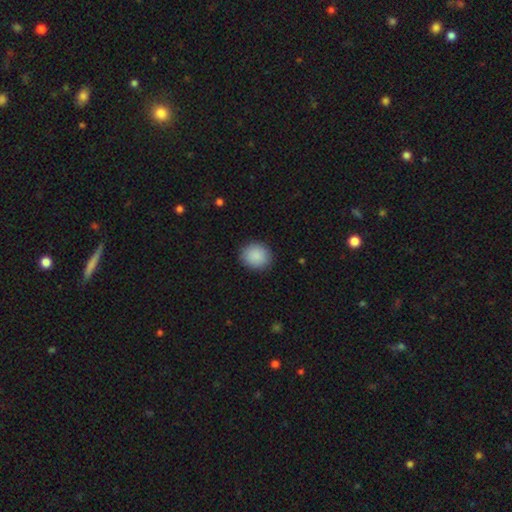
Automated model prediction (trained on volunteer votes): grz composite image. It shows a smooth galaxy with no disk features (90%) that is round (79%). Merging: none (90%).